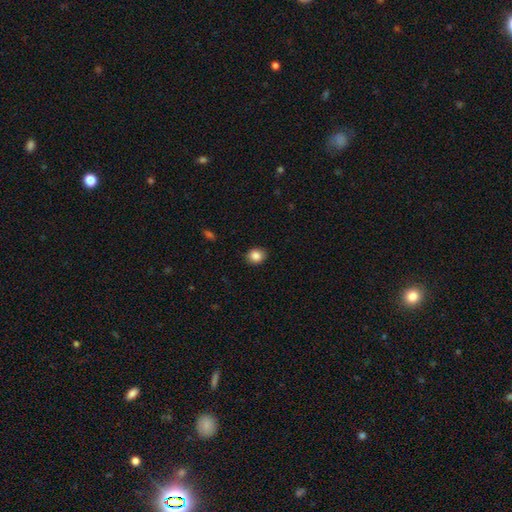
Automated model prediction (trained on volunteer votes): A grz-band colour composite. It shows a smooth galaxy with no disk features (86%) that is round (63%). Merging: none (88%).